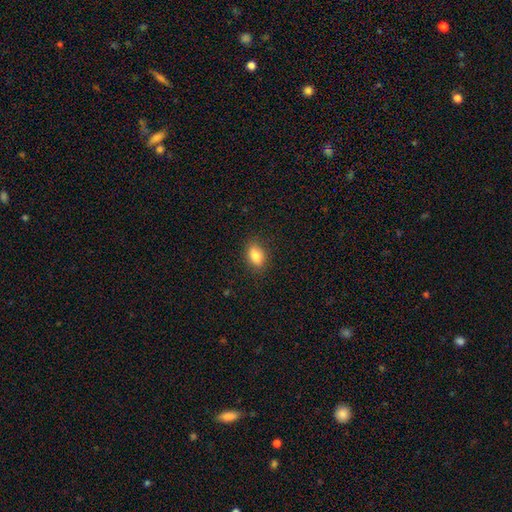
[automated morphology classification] smooth_or_featured: smooth (p=0.83) [alt: star or artifact p=0.09]
how_rounded: in between (p=0.84) [alt: round p=0.13]
merging: none (p=0.87) [alt: minor disturbance p=0.10]